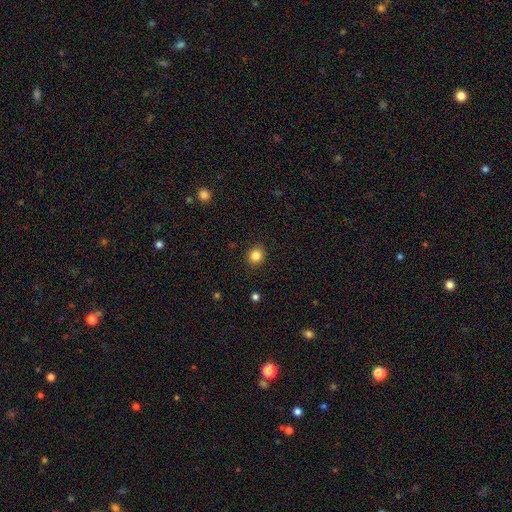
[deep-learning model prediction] Smooth or featured? Predicted: smooth (p=0.85). How rounded? Predicted: round (p=0.84). Merging? Predicted: none (p=0.91).